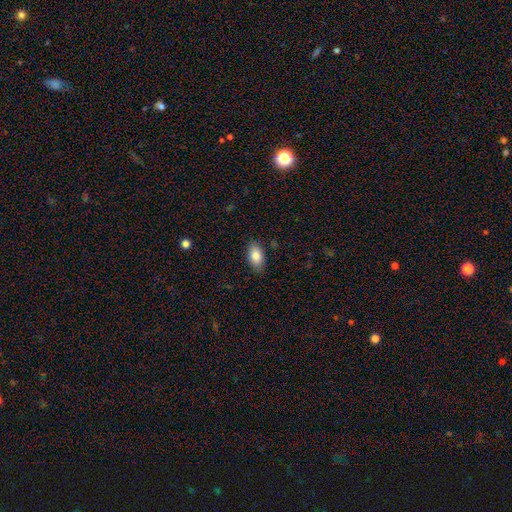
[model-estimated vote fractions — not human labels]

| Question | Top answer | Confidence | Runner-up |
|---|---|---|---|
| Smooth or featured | smooth | 84% | featured or disk (9%) |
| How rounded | in between | 92% | round (5%) |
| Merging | none | 86% | minor disturbance (11%) |